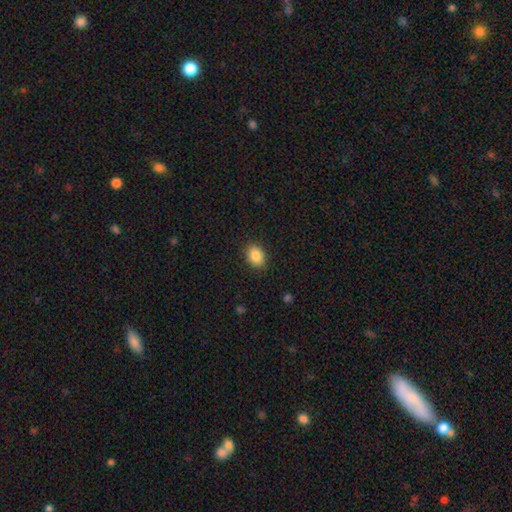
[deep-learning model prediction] smooth-or-featured: smooth: 86% | star or artifact: 9% | featured or disk: 6%
  how-rounded: in between: 69% | round: 30% | cigar-shaped: 1%
  merging: none: 88% | minor disturbance: 9% | major disturbance: 2% | merger: 1%